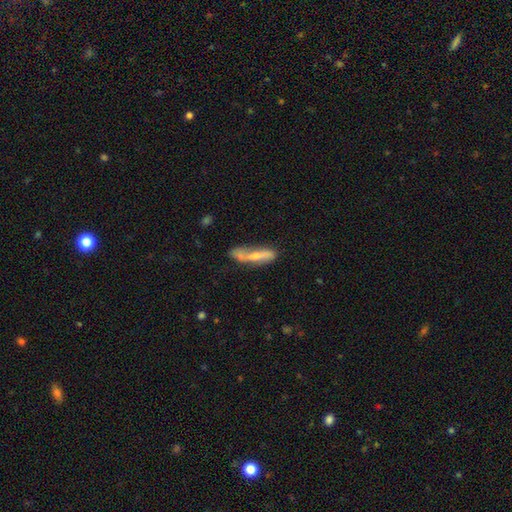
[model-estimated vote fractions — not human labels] Smooth or featured? Predicted: featured or disk (p=0.51). Edge-on disk? Predicted: no (p=0.56). Merging? Predicted: none (p=0.56).